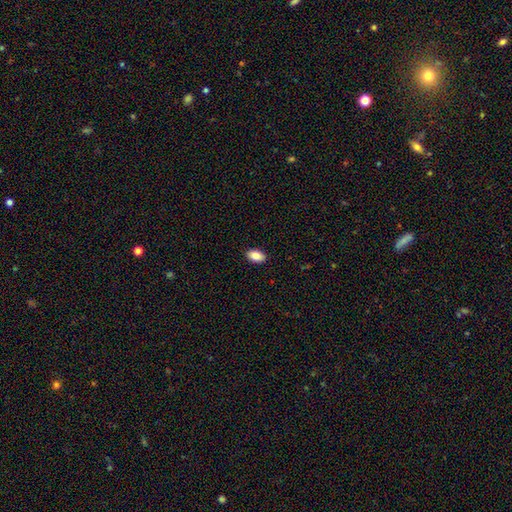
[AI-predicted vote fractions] Overall: smooth (86%). How rounded: in between (92%). Merging: none (90%).